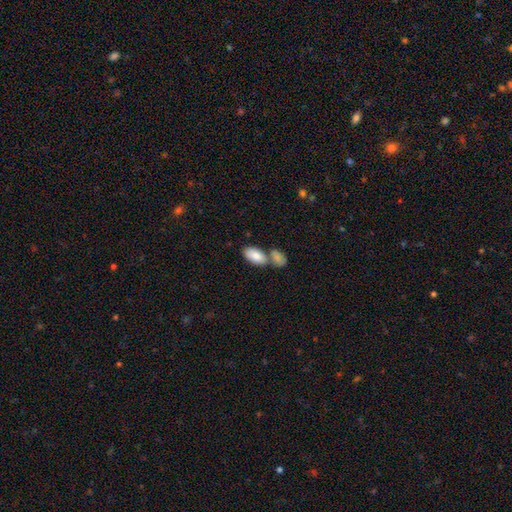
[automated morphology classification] Smooth or featured: smooth — 84% (featured or disk — 10%)
How rounded: in between — 94% (cigar-shaped — 3%)
Merging: merger — 45% (none — 42%)